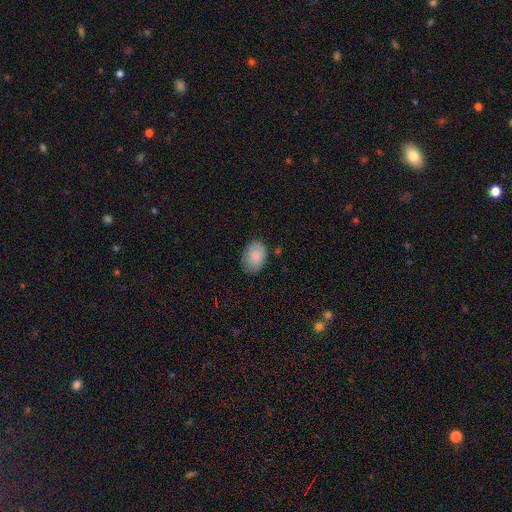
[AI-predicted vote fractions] The model was most divided on "how rounded": in between: 80%, round: 19%, cigar-shaped: 1%. More confident: smooth or featured — smooth (83%); merging — none (80%).